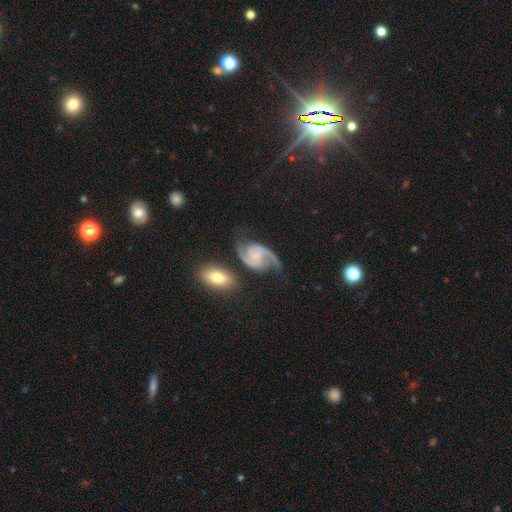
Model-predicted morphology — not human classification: Overall: featured or disk (88%). Edge-on disk: no (98%). Bar: no (55%; weak 36%). Spiral arms: yes (97%). Spiral arm count: 2 (93%). Spiral winding: medium (48%; loose 39%). Bulge size: small (40%; none 39%). Merging: none (63%).